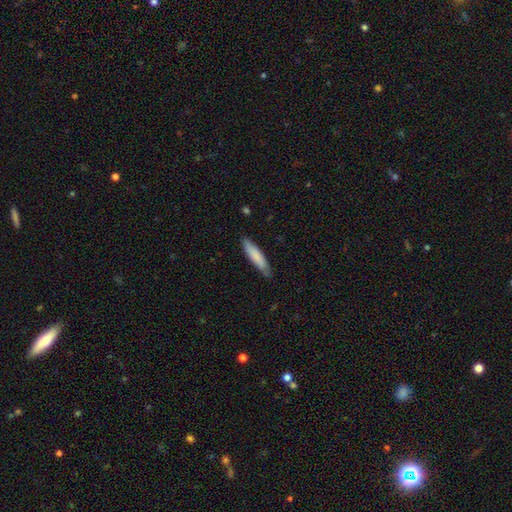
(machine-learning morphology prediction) A smooth galaxy with no disk features (80%) that is cigar-shaped (80%).

Vote fractions:
- Smooth or featured? smooth: 80% / featured or disk: 14% / star or artifact: 5%
- How rounded? cigar-shaped: 80% / in between: 19% / round: 1%
- Merging? none: 79% / minor disturbance: 18% / major disturbance: 2% / merger: 1%